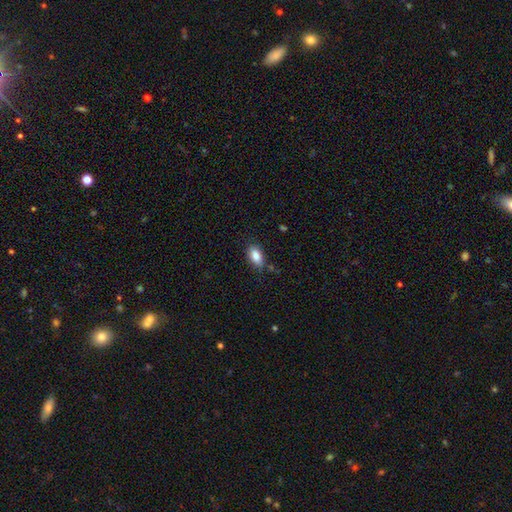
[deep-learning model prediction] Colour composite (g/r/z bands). It shows a smooth galaxy with no disk features (86%) that is in between round and cigar-shaped (90%). Merging: none (74%).